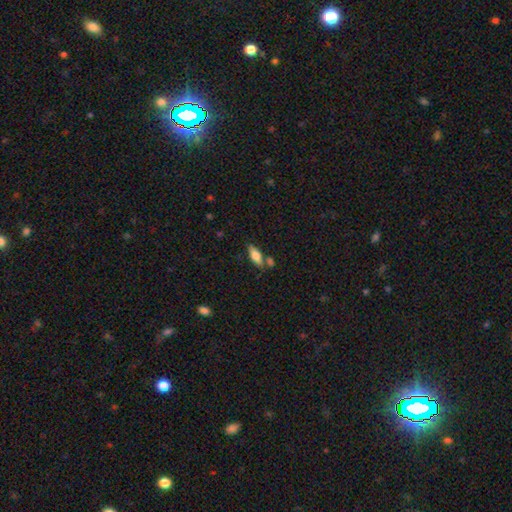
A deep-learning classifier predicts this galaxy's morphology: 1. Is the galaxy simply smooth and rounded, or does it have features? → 68% smooth, 25% featured or disk, 7% star or artifact.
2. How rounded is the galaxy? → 68% in between, 29% cigar-shaped, 2% round.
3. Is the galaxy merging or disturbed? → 70% none, 14% minor disturbance, 13% merger, 3% major disturbance.